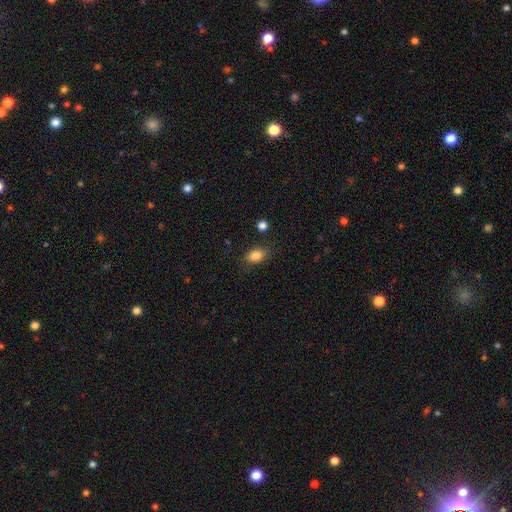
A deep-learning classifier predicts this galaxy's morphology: A smooth galaxy with no disk features (84%) that is in between round and cigar-shaped (79%).

Vote fractions:
- Smooth or featured? smooth: 84% / star or artifact: 9% / featured or disk: 7%
- How rounded? in between: 79% / round: 19% / cigar-shaped: 2%
- Merging? none: 80% / minor disturbance: 14% / major disturbance: 4% / merger: 2%